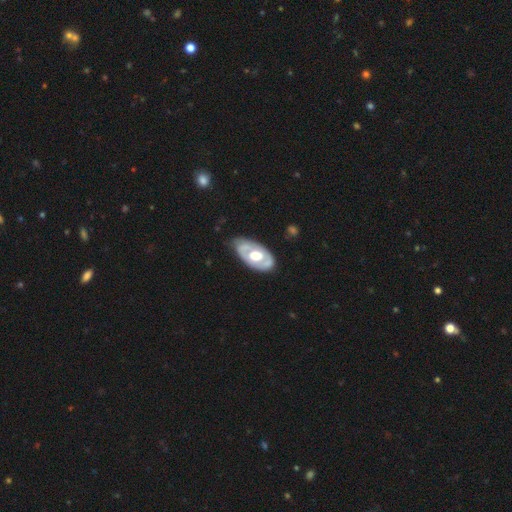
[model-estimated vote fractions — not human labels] A featured or disk galaxy (63%) with no bar (79%), no spiral arms (67%) and a moderate central bulge (51%).

Vote fractions:
- Smooth or featured? featured or disk: 63% / smooth: 32% / star or artifact: 4%
- Edge-on disk? no: 89% / yes: 11%
- Bar? no: 79% / weak: 16% / strong: 5%
- Spiral arms? no: 67% / yes: 33%
- Bulge size? moderate: 51% / large: 42% / small: 4% / dominant: 2% / none: 1%
- Merging? none: 68% / minor disturbance: 24% / major disturbance: 6% / merger: 2%